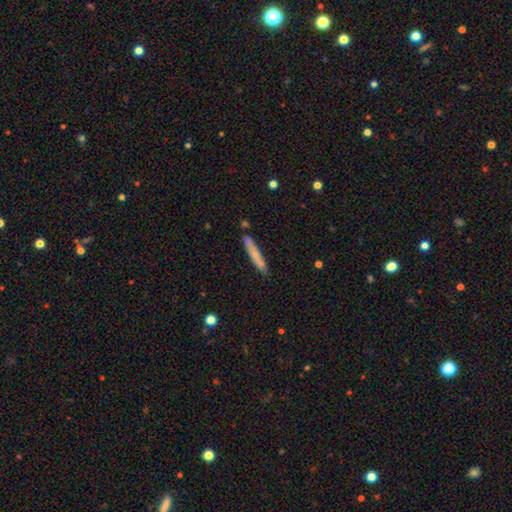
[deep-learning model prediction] Smooth or featured? smooth (70%)
How rounded? cigar-shaped (94%)
Merging? none (79%)